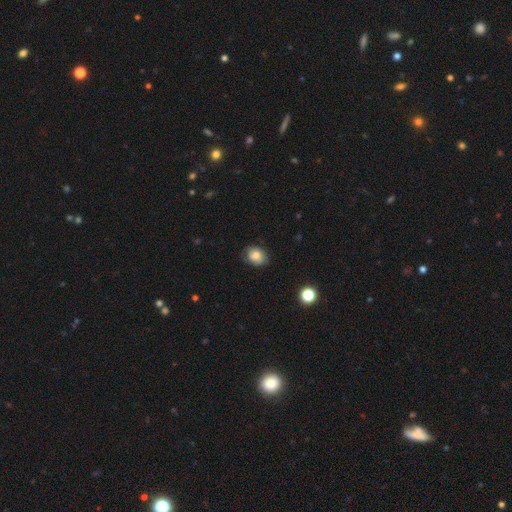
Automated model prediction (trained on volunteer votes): A smooth galaxy with no disk features (76%) that is in between round and cigar-shaped (55%). Merging: none (72%).